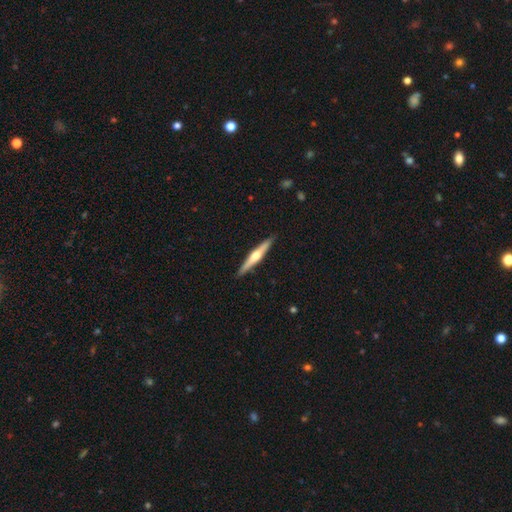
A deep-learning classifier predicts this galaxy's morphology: Smooth or featured: featured or disk — 65% (smooth — 30%)
Edge-on disk: yes — 98% (no — 2%)
Edge-on bulge: rounded — 91% (none — 5%)
Merging: none — 91% (minor disturbance — 6%)